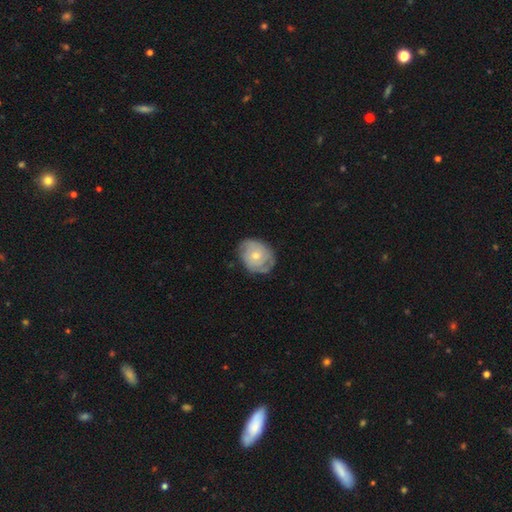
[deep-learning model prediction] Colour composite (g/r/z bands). It shows a featured or disk galaxy (57%) with no bar (80%), spiral arms (74%) and a small central bulge (50%). Merging: none (65%).